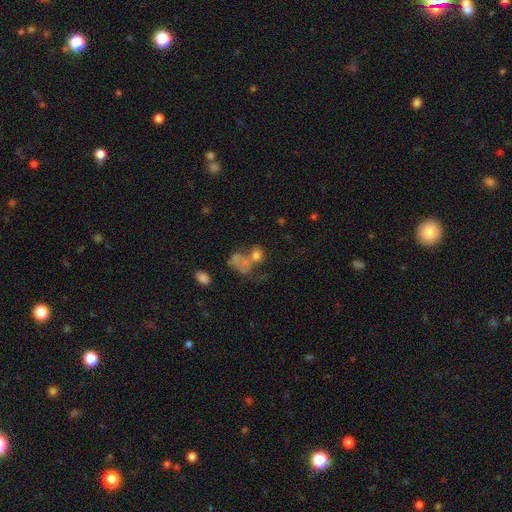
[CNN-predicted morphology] Smooth or featured? smooth (67%)
How rounded? round (55%)
Merging? merger (45%)